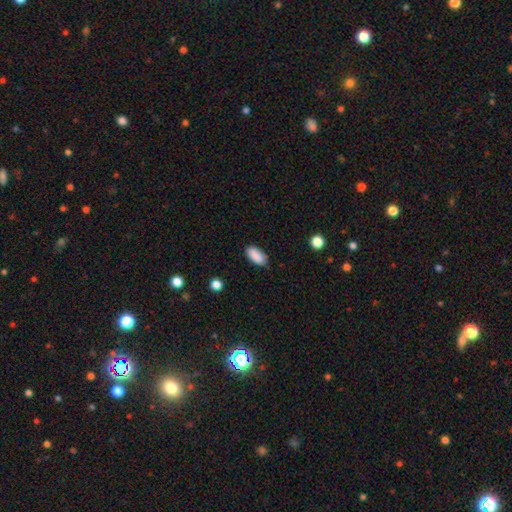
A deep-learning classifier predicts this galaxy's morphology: Smooth or featured?
  - smooth: 89% *
  - star or artifact: 7%
  - featured or disk: 4%
How rounded?
  - in between: 91% *
  - cigar-shaped: 7%
  - round: 3%
Merging?
  - none: 82% *
  - minor disturbance: 14%
  - major disturbance: 2%
  - merger: 1%